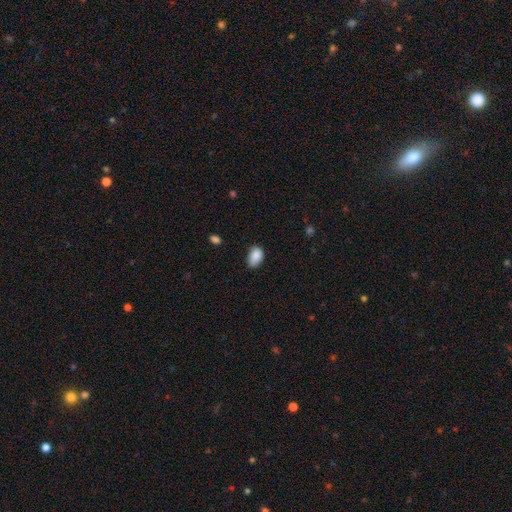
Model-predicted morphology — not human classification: smooth_or_featured: smooth (p=0.88) [alt: star or artifact p=0.07]
how_rounded: in between (p=0.88) [alt: round p=0.11]
merging: none (p=0.72) [alt: minor disturbance p=0.23]